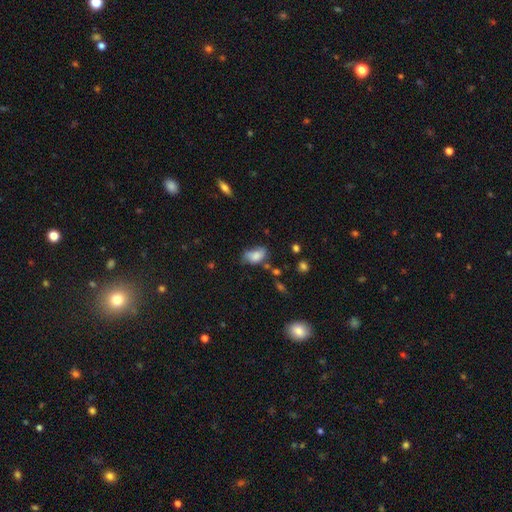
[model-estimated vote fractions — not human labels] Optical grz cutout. It shows a smooth galaxy with no disk features (76%) that is in between round and cigar-shaped (90%). Merging: none (42%).